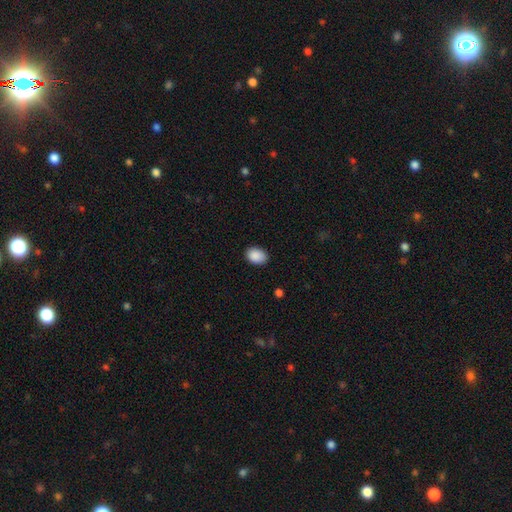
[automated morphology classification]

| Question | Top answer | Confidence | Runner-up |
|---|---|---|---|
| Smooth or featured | smooth | 90% | star or artifact (7%) |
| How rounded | in between | 78% | round (21%) |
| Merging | none | 86% | minor disturbance (11%) |